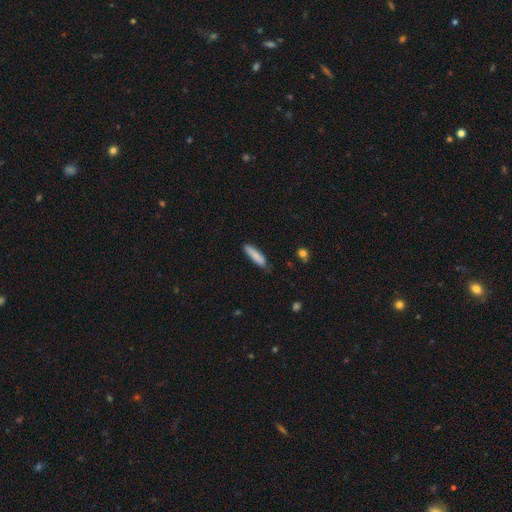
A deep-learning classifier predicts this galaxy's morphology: The model was most divided on "how rounded": cigar-shaped: 75%, in between: 23%, round: 1%. More confident: smooth or featured — smooth (83%); merging — none (81%).